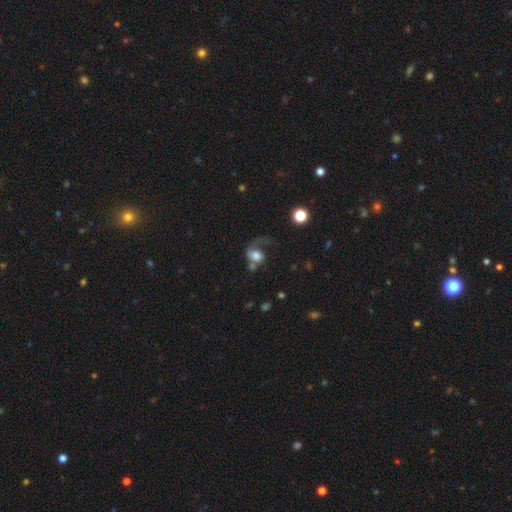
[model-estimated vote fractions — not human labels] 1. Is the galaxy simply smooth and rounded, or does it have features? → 54% smooth, 35% featured or disk, 11% star or artifact.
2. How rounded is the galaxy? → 58% in between, 40% round, 2% cigar-shaped.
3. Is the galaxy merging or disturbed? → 47% major disturbance, 23% none, 15% merger, 14% minor disturbance.